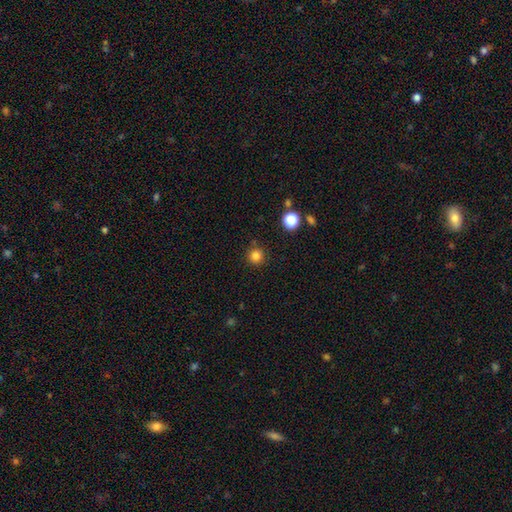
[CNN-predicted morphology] Q: Smooth or featured?
A: smooth (82%); runner-up: star or artifact (13%)
Q: How rounded?
A: round (95%); runner-up: in between (4%)
Q: Merging?
A: none (88%); runner-up: minor disturbance (7%)